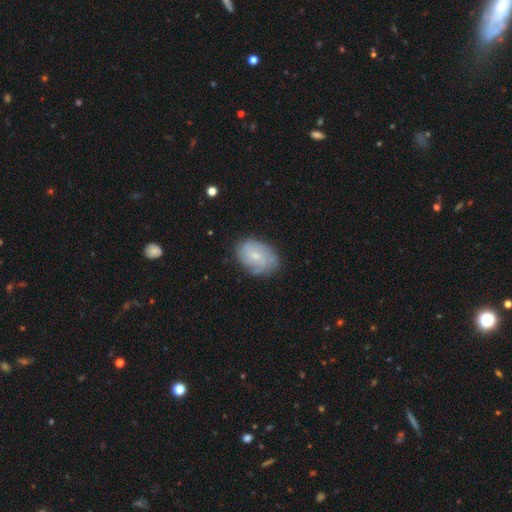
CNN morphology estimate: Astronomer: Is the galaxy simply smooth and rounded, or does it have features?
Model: featured or disk — 55% (runner-up: smooth, 37%).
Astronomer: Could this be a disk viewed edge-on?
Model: no — 97%.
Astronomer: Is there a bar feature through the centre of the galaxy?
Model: no — 73%.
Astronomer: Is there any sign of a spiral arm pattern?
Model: yes — 81%.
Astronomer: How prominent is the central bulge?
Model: small — 69%.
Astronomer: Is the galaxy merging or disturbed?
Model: none — 69%.